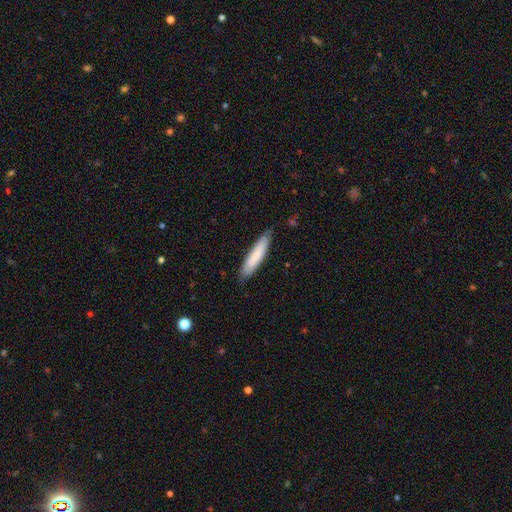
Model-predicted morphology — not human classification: type=smooth (79%); roundness=cigar-shaped (83%); merging=none (82%).